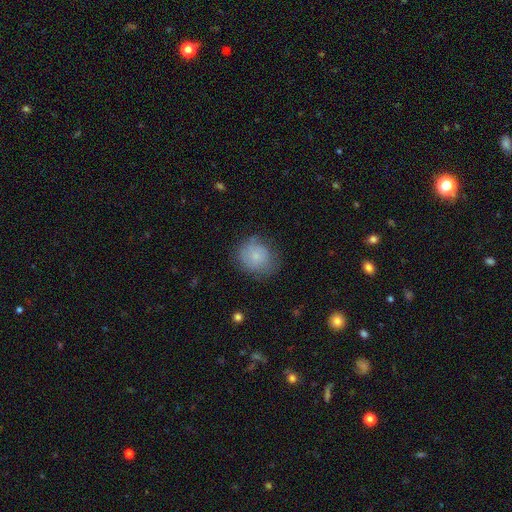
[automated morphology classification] Q: Smooth or featured?
A: smooth (76%); runner-up: featured or disk (15%)
Q: How rounded?
A: round (70%); runner-up: in between (29%)
Q: Merging?
A: none (65%); runner-up: minor disturbance (24%)